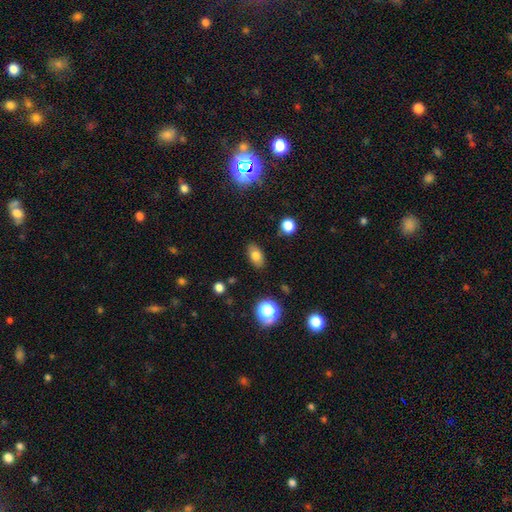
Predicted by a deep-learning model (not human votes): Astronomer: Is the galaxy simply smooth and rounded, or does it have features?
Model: smooth — 76%.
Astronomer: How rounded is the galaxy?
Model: in between — 86%.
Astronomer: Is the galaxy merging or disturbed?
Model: none — 85%.